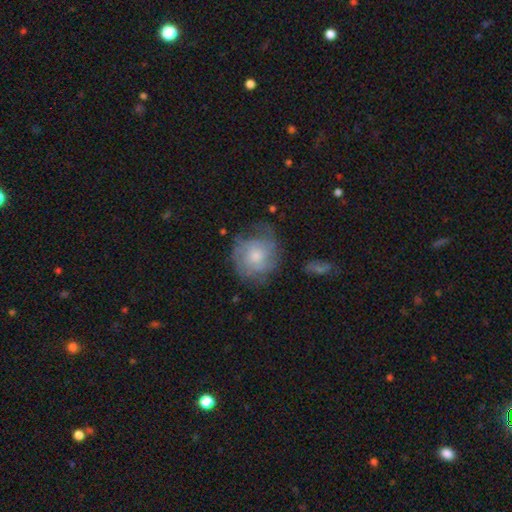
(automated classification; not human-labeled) The model was most divided on "smooth or featured": featured or disk: 48%, smooth: 44%, star or artifact: 8%. More confident: merging — none (58%).